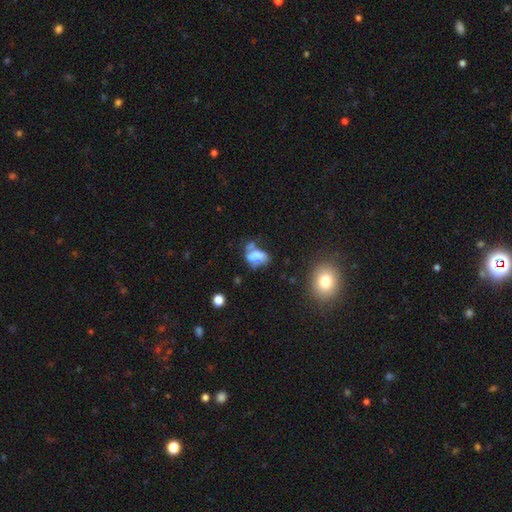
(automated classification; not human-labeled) This is possibly a smooth galaxy (58%). How rounded: clearly in between (80%). Merging: marginally merger (34%).